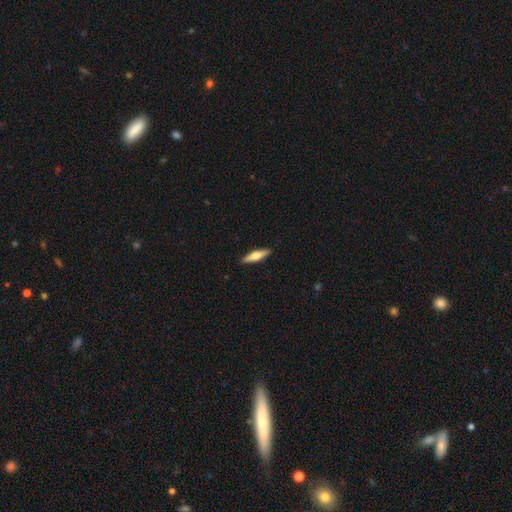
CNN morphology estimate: A featured or disk galaxy (55%) viewed edge-on (96%) with a rounded central bulge (93%).

Vote fractions:
- Smooth or featured? featured or disk: 55% / smooth: 40% / star or artifact: 5%
- Edge-on disk? yes: 96% / no: 4%
- Edge-on bulge? rounded: 93% / boxy: 5% / none: 3%
- Merging? none: 91% / minor disturbance: 6% / major disturbance: 1% / merger: 1%